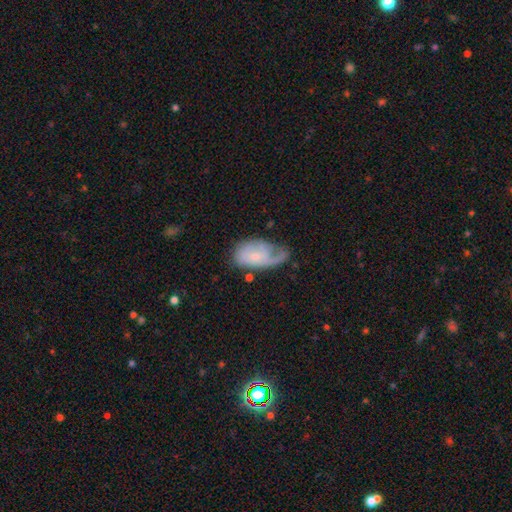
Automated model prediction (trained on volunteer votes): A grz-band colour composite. It shows a featured or disk galaxy (53%) with no bar (76%), spiral arms (73%) and a small central bulge (73%). Merging: minor disturbance (33%).